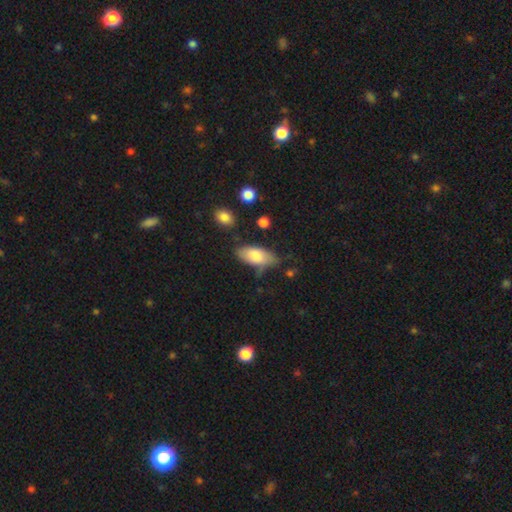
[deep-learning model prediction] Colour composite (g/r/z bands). It shows a smooth galaxy with no disk features (79%) that is in between round and cigar-shaped (90%). Merging: none (57%).